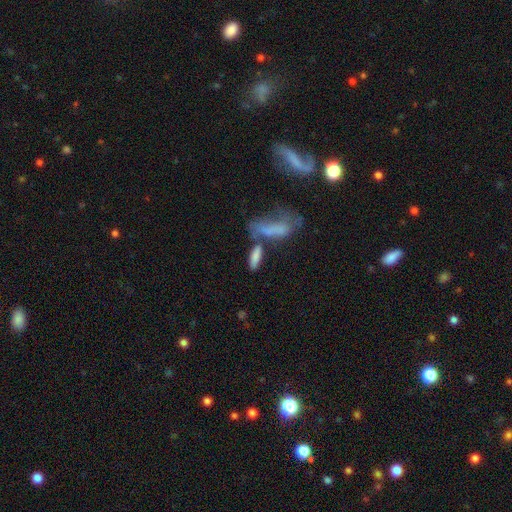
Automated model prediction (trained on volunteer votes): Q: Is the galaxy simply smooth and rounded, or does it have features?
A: smooth — 76%.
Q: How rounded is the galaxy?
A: in between — 51%.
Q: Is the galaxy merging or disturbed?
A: merger — 42%.